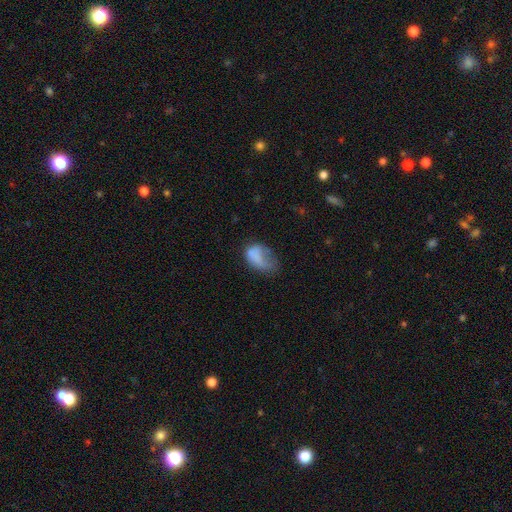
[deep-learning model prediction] Smooth or featured?
  - smooth: 71% *
  - featured or disk: 20%
  - star or artifact: 10%
How rounded?
  - in between: 87% *
  - round: 11%
  - cigar-shaped: 2%
Merging?
  - major disturbance: 46% *
  - minor disturbance: 28%
  - none: 21%
  - merger: 5%